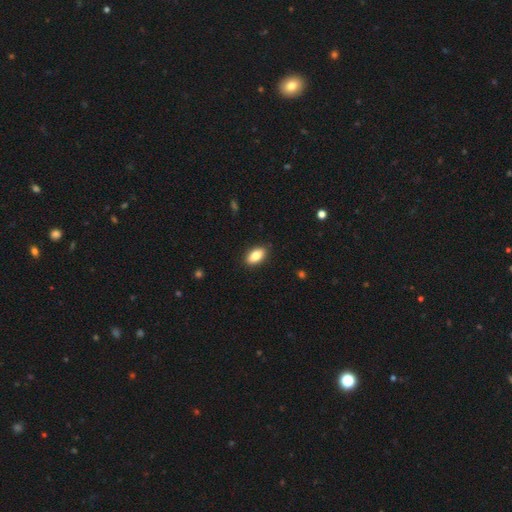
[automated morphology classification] Q: Smooth or featured?
A: smooth (83%); runner-up: featured or disk (10%)
Q: How rounded?
A: in between (91%); runner-up: round (5%)
Q: Merging?
A: none (89%); runner-up: minor disturbance (9%)